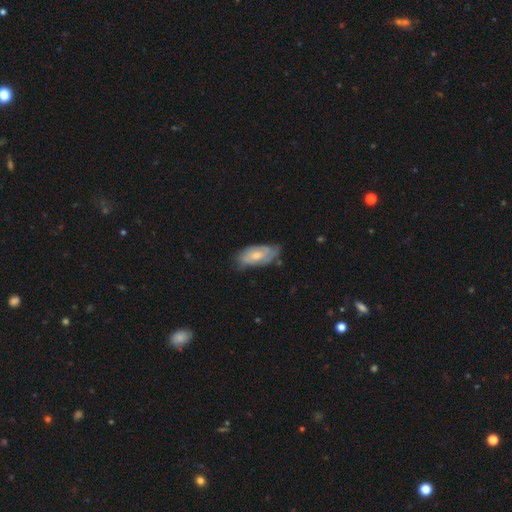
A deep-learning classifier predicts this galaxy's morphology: Smooth or featured? Predicted: featured or disk (p=0.50). Merging? Predicted: none (p=0.60).